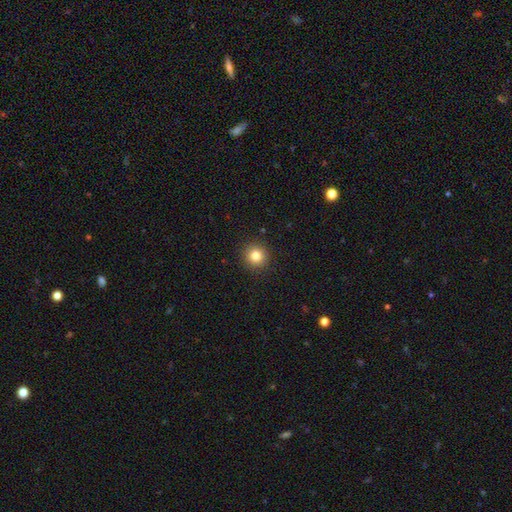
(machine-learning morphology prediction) A smooth galaxy with no disk features (83%) that is round (94%). Merging: none (92%).